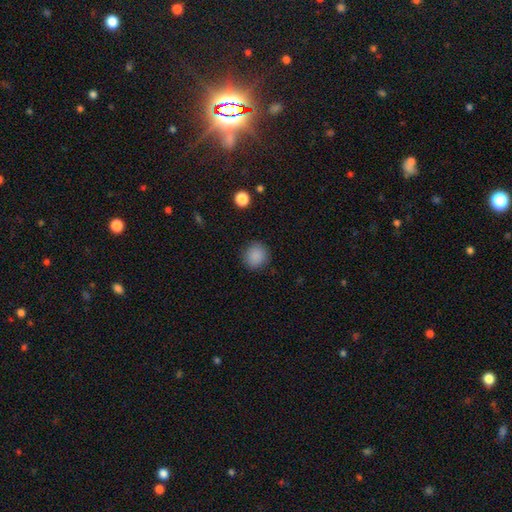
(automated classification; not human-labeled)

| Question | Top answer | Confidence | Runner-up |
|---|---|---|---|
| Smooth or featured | smooth | 88% | star or artifact (9%) |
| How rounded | round | 90% | in between (10%) |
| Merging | none | 89% | minor disturbance (7%) |